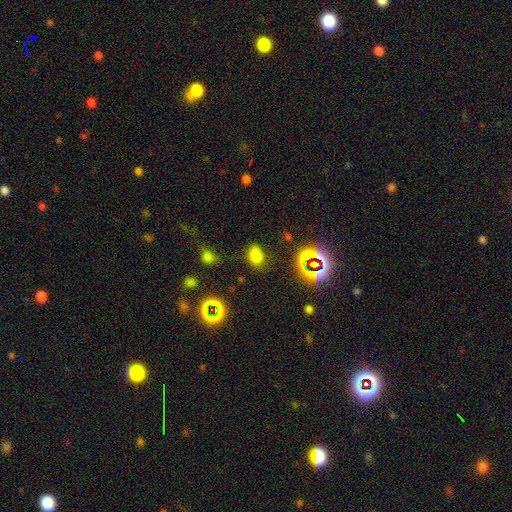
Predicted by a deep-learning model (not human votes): Q: Smooth or featured?
A: smooth (69%); runner-up: star or artifact (25%)
Q: How rounded?
A: in between (82%); runner-up: round (17%)
Q: Merging?
A: none (74%); runner-up: minor disturbance (16%)